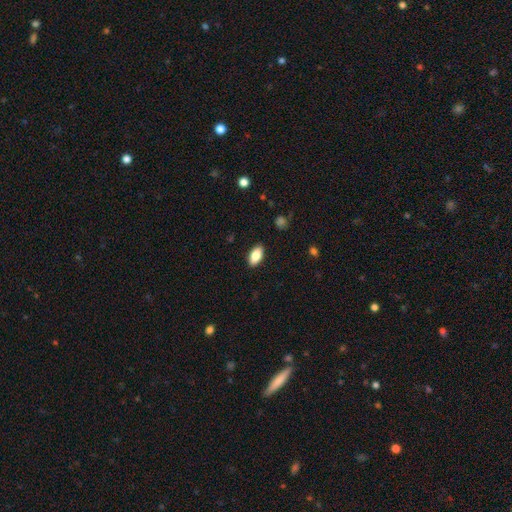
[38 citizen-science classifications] This is clearly a smooth galaxy (84%). How rounded: clearly in between (100%). Merging: clearly none (94%).